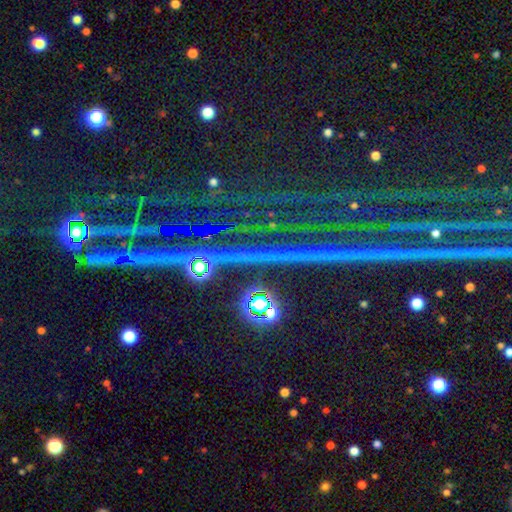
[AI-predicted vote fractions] star or artifact 86%, featured or disk 8%, smooth 6%.